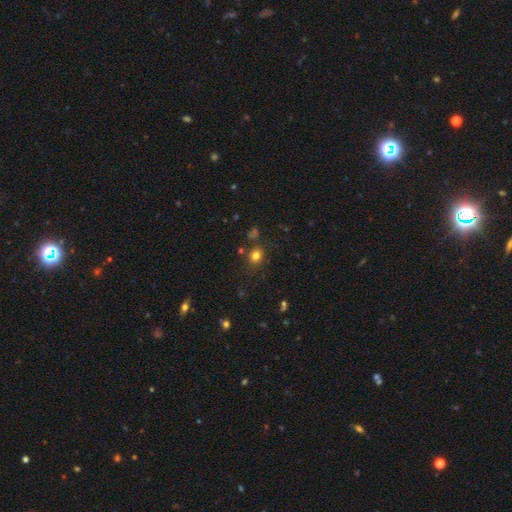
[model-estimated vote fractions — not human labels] Q: Smooth or featured?
A: smooth (77%); runner-up: star or artifact (16%)
Q: How rounded?
A: round (71%); runner-up: in between (28%)
Q: Merging?
A: none (80%); runner-up: minor disturbance (11%)